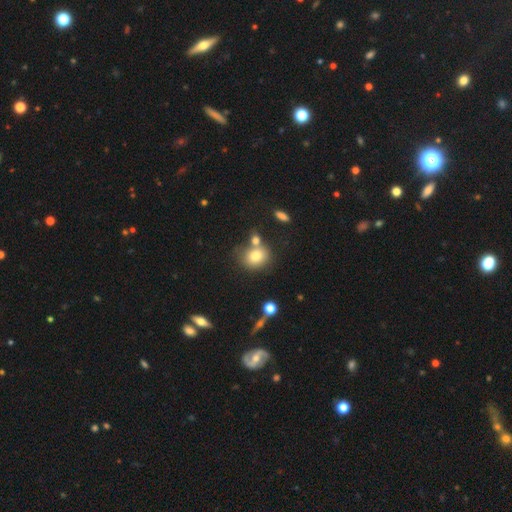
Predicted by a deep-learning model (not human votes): Q: Smooth or featured?
A: smooth (78%); runner-up: featured or disk (11%)
Q: How rounded?
A: round (57%); runner-up: in between (41%)
Q: Merging?
A: none (55%); runner-up: merger (26%)